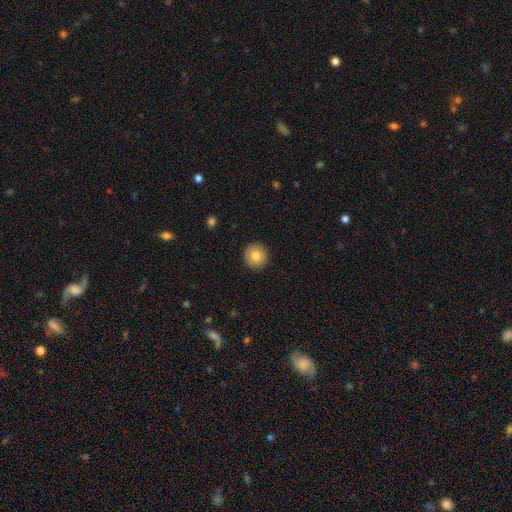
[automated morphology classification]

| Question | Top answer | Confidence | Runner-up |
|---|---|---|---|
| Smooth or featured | smooth | 81% | featured or disk (11%) |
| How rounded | round | 95% | in between (4%) |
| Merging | none | 92% | minor disturbance (6%) |